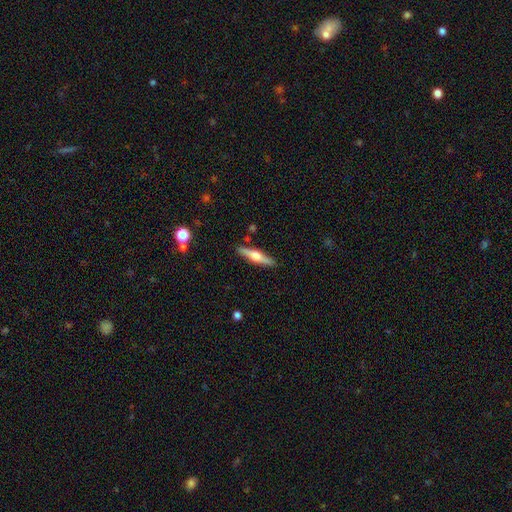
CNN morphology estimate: This is possibly a featured or disk galaxy (58%). It is clearly viewed edge-on (97%). Edge-on bulge: clearly rounded (91%). Merging: clearly none (89%).